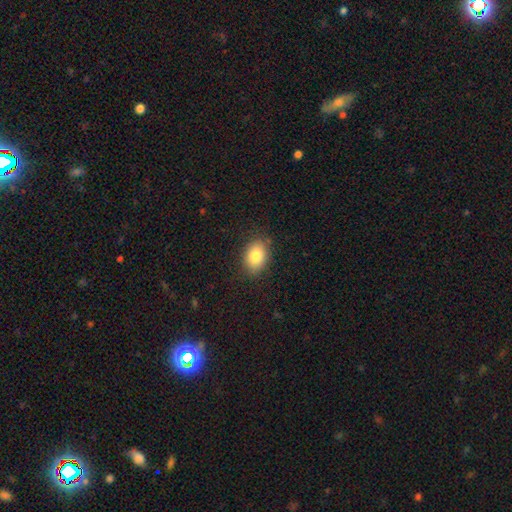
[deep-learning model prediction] Smooth or featured? smooth (83%)
How rounded? in between (76%)
Merging? none (84%)